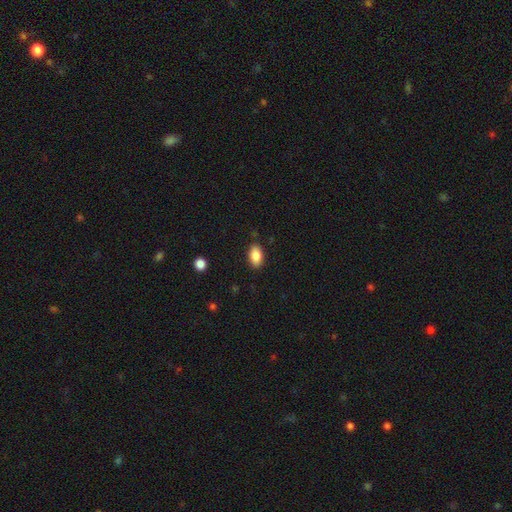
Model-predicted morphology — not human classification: type=smooth (87%); roundness=in between (91%); merging=none (87%).